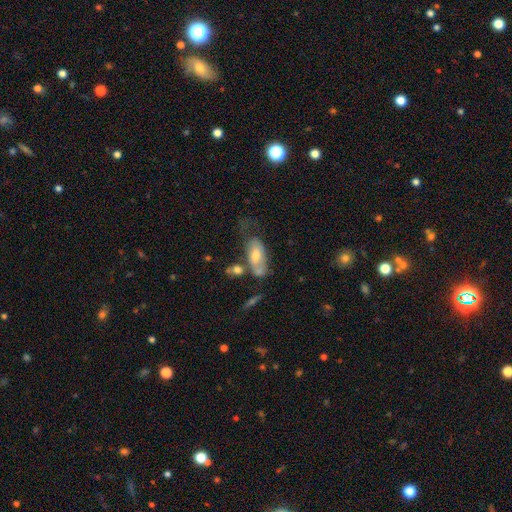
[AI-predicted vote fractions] Smooth or featured: smooth — 56% (featured or disk — 37%)
How rounded: in between — 85% (cigar-shaped — 12%)
Merging: none — 29% (major disturbance — 24%)